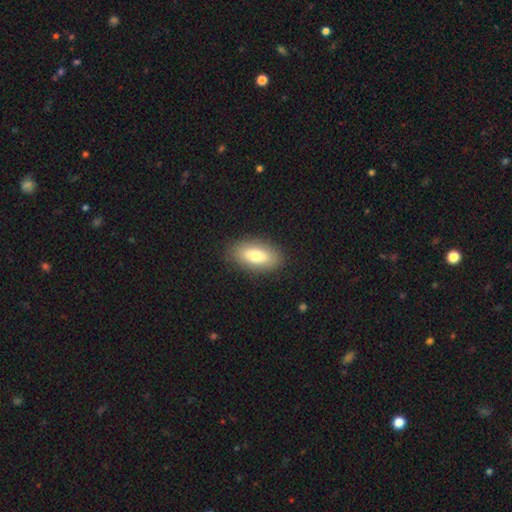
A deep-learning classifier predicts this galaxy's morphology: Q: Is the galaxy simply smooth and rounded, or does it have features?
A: smooth — 75%.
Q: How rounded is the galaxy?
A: in between — 89%.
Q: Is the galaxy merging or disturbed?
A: none — 88%.